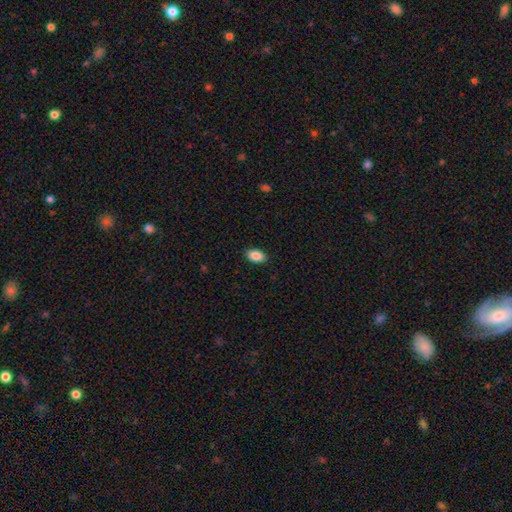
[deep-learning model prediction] A smooth galaxy with no disk features (88%) that is in between round and cigar-shaped (90%). Merging: none (89%).